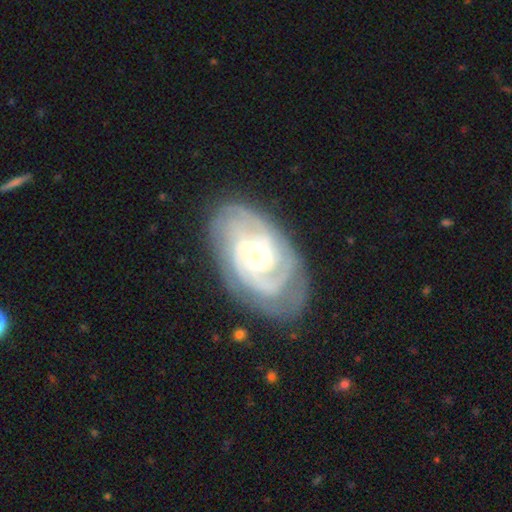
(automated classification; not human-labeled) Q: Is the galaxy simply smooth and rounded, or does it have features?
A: featured or disk — 89%.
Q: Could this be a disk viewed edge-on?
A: no — 97%.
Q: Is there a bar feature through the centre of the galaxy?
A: no — 62%.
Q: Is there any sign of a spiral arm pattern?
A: yes — 98%.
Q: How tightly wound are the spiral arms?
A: tight — 71%.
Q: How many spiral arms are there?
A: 3 — 33%.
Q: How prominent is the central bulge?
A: small — 47%, tied with moderate.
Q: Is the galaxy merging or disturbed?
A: none — 79%.